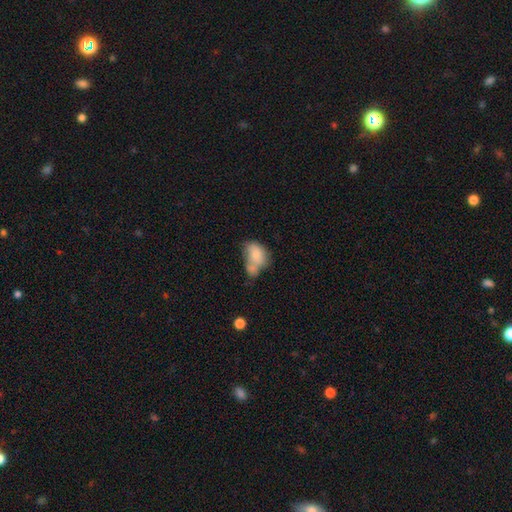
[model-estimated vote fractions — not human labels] smooth-or-featured: smooth: 75% | featured or disk: 18% | star or artifact: 8%
  how-rounded: in between: 78% | round: 20% | cigar-shaped: 1%
  merging: merger: 53% | none: 21% | minor disturbance: 16% | major disturbance: 9%